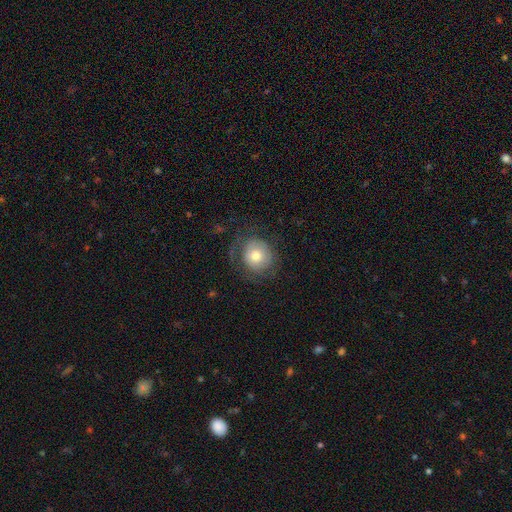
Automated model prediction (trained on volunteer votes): Q: Smooth or featured?
A: smooth (60%); runner-up: featured or disk (32%)
Q: How rounded?
A: round (84%); runner-up: in between (15%)
Q: Merging?
A: none (65%); runner-up: minor disturbance (18%)